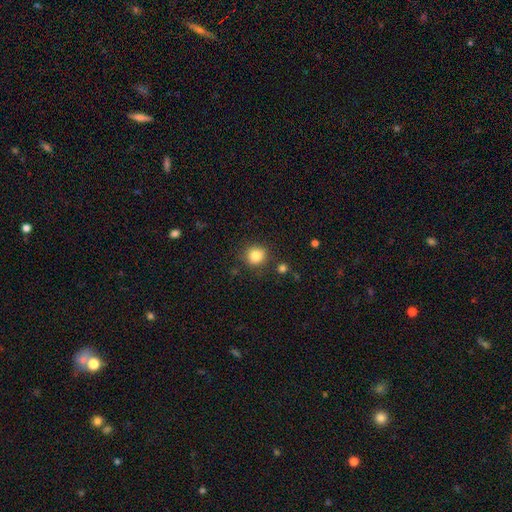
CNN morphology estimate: Smooth or featured?
  - smooth: 83% *
  - star or artifact: 11%
  - featured or disk: 6%
How rounded?
  - round: 85% *
  - in between: 14%
  - cigar-shaped: 1%
Merging?
  - none: 84% *
  - minor disturbance: 10%
  - merger: 3%
  - major disturbance: 3%